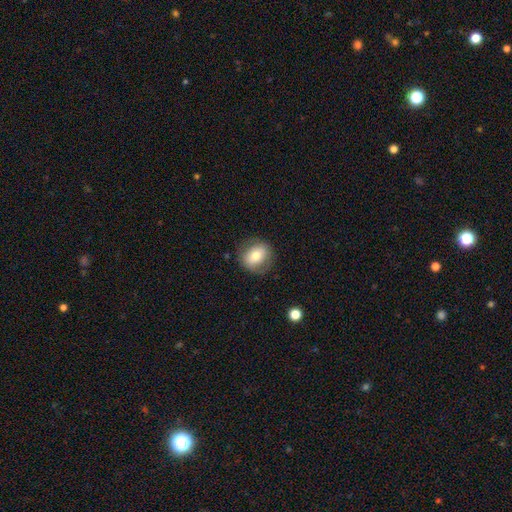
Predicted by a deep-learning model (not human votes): Morphology: type=smooth (69%); roundness=round (69%); merging=none (80%).